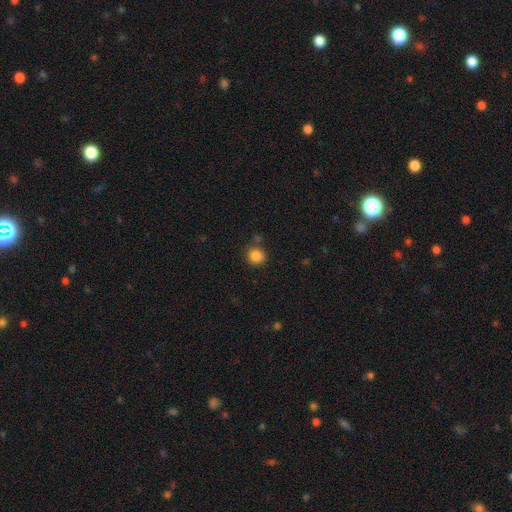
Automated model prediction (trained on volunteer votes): smooth_or_featured: smooth (p=0.85) [alt: star or artifact p=0.11]
how_rounded: round (p=0.86) [alt: in between p=0.13]
merging: none (p=0.76) [alt: minor disturbance p=0.13]